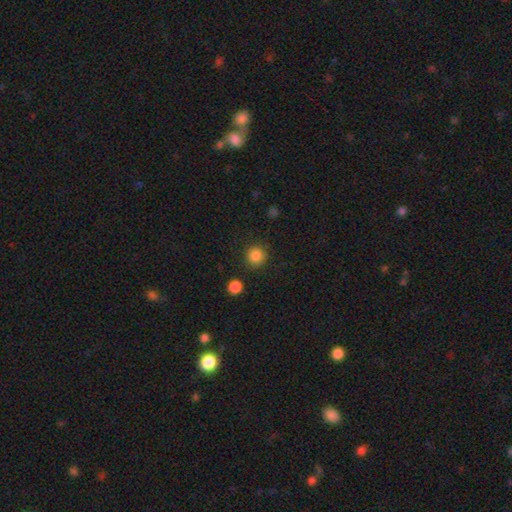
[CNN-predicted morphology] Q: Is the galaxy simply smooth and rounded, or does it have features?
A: smooth — 86%.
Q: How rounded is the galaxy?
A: round — 93%.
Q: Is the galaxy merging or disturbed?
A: none — 88%.